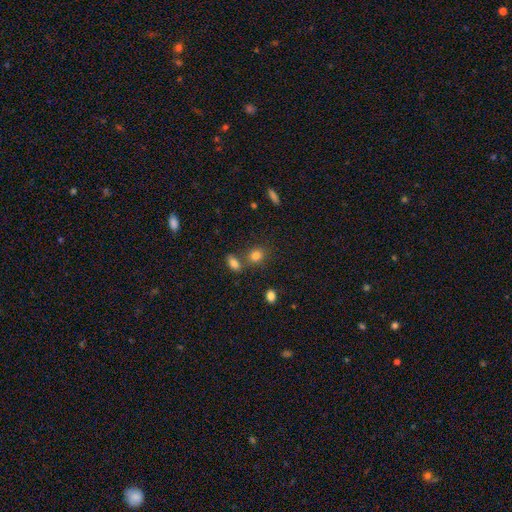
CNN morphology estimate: This is likely a smooth galaxy (79%). How rounded: possibly round (57%). Merging: likely none (62%).